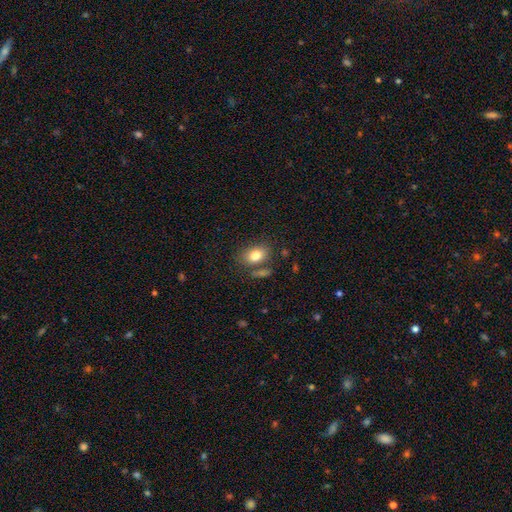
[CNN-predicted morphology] smooth 81%, featured or disk 11%, star or artifact 9%. Down the decision tree: how rounded — in between (79%); merging — none (68%).